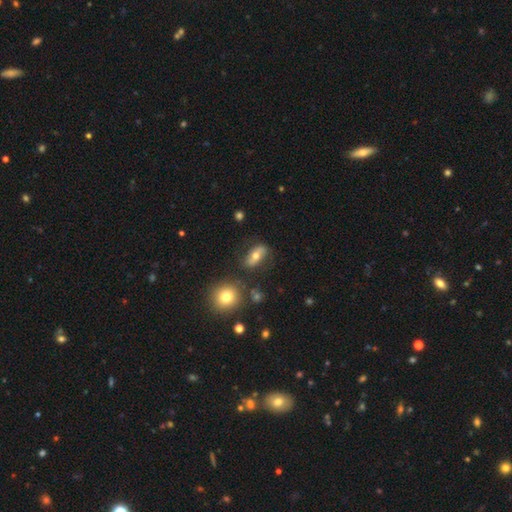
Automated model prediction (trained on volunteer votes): Smooth or featured?
  - smooth: 58% *
  - featured or disk: 33%
  - star or artifact: 9%
How rounded?
  - in between: 82% *
  - round: 10%
  - cigar-shaped: 7%
Merging?
  - none: 72% *
  - minor disturbance: 16%
  - major disturbance: 7%
  - merger: 5%